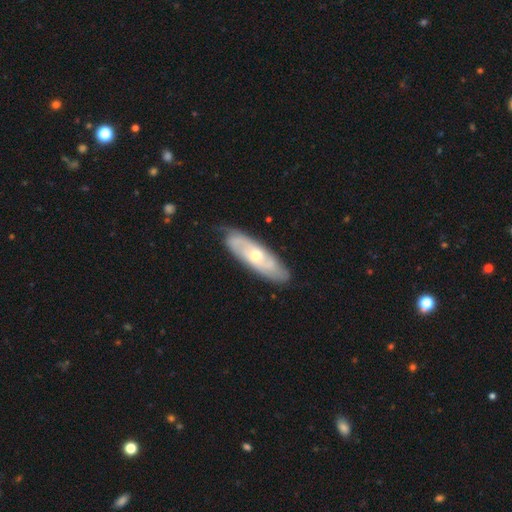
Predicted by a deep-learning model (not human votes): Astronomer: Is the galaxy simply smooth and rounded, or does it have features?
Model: featured or disk — 69%.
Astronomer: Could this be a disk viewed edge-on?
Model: no — 77%.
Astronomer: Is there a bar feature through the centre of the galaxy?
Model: no — 75%.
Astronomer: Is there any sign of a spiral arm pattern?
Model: yes — 80%.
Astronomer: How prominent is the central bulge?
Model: moderate — 63%.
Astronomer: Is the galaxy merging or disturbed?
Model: none — 78%.